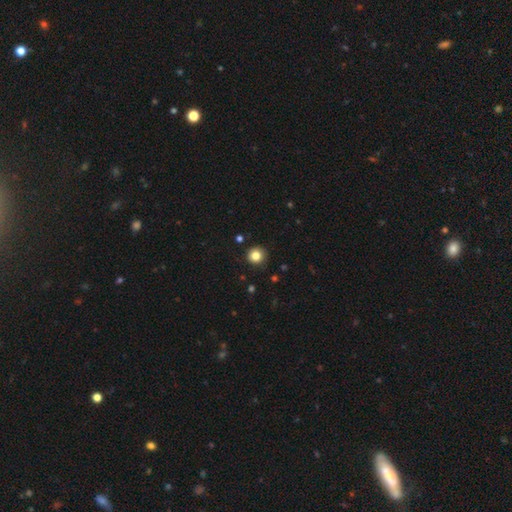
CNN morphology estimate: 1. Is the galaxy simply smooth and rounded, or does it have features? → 83% smooth, 11% star or artifact, 6% featured or disk.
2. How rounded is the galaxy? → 94% round, 5% in between, 1% cigar-shaped.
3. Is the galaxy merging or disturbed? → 90% none, 7% minor disturbance, 2% major disturbance, 1% merger.